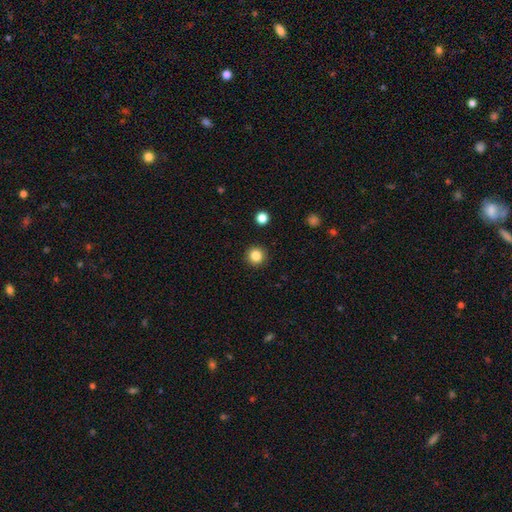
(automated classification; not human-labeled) Q: Smooth or featured?
A: smooth (85%); runner-up: star or artifact (11%)
Q: How rounded?
A: round (95%); runner-up: in between (4%)
Q: Merging?
A: none (92%); runner-up: minor disturbance (5%)